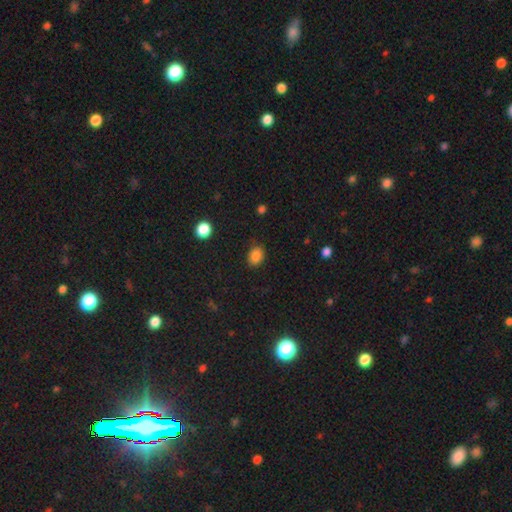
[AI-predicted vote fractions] A smooth galaxy with no disk features (85%) that is in between round and cigar-shaped (60%). Merging: none (81%).